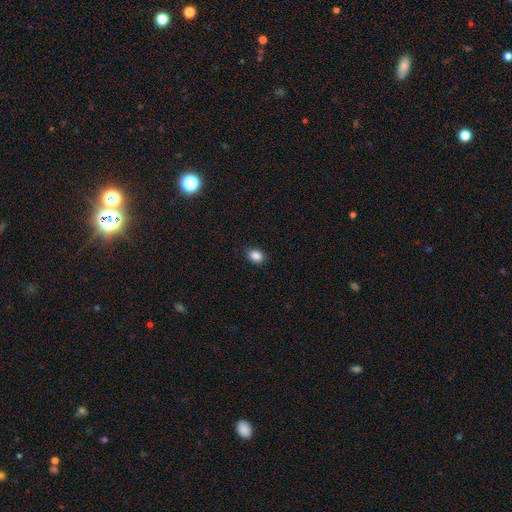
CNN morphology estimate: Q: Smooth or featured?
A: smooth (87%); runner-up: star or artifact (10%)
Q: How rounded?
A: in between (71%); runner-up: round (28%)
Q: Merging?
A: none (87%); runner-up: minor disturbance (9%)